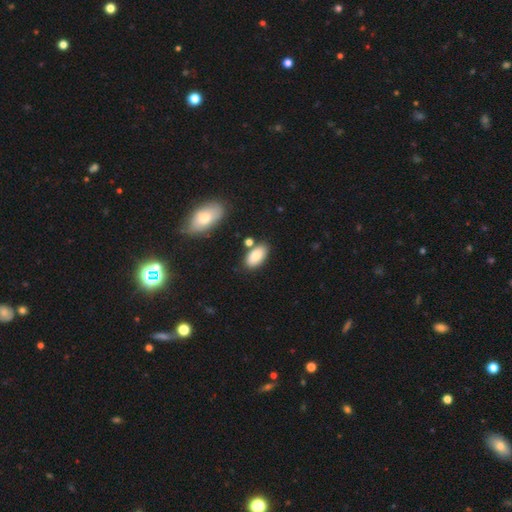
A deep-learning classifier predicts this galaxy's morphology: Smooth or featured: smooth — 84% (featured or disk — 9%)
How rounded: in between — 94% (round — 3%)
Merging: none — 75% (minor disturbance — 13%)